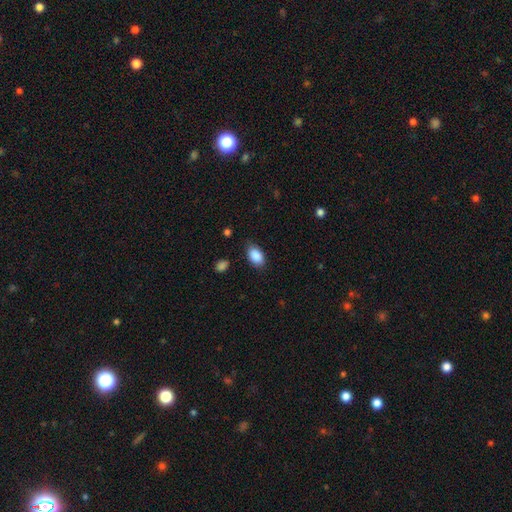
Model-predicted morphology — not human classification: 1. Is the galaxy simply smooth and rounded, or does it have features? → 89% smooth, 7% star or artifact, 4% featured or disk.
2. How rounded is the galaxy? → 90% in between, 9% round, 1% cigar-shaped.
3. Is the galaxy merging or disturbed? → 78% none, 17% minor disturbance, 3% major disturbance, 1% merger.